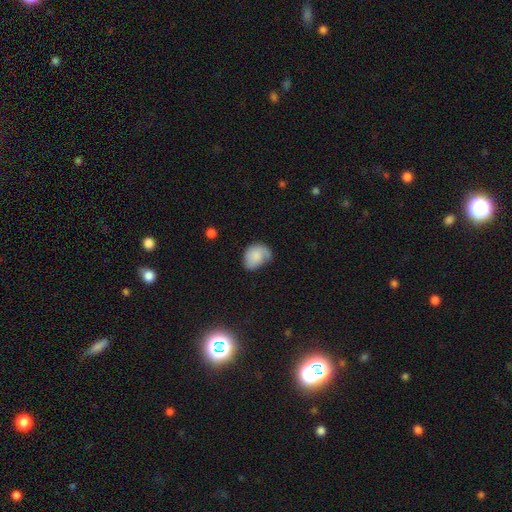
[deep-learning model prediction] A smooth galaxy with no disk features (67%) that is in between round and cigar-shaped (62%).

Vote fractions:
- Smooth or featured? smooth: 67% / featured or disk: 26% / star or artifact: 8%
- How rounded? in between: 62% / round: 37% / cigar-shaped: 1%
- Merging? none: 40% / minor disturbance: 38% / major disturbance: 19% / merger: 3%